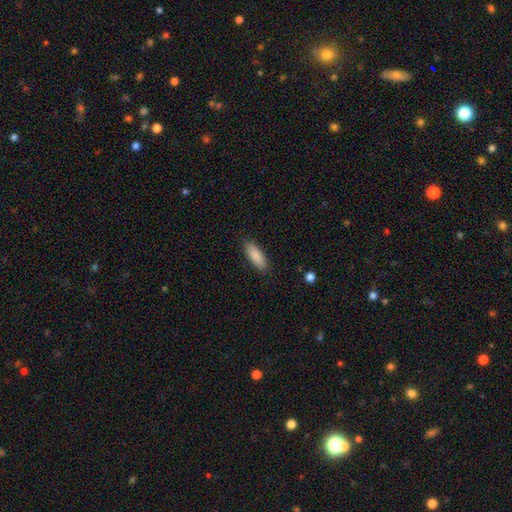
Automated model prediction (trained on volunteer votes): Smooth or featured? Predicted: smooth (p=0.88). How rounded? Predicted: in between (p=0.61). Merging? Predicted: none (p=0.88).